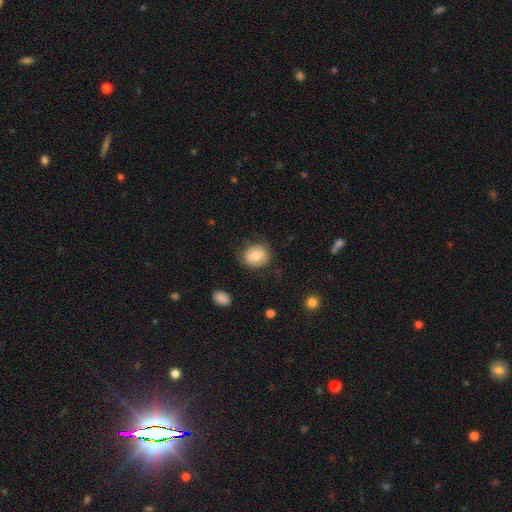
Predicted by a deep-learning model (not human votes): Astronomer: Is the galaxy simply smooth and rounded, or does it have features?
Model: smooth — 78%.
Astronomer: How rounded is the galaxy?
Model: round — 77%.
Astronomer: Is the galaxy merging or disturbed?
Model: none — 82%.